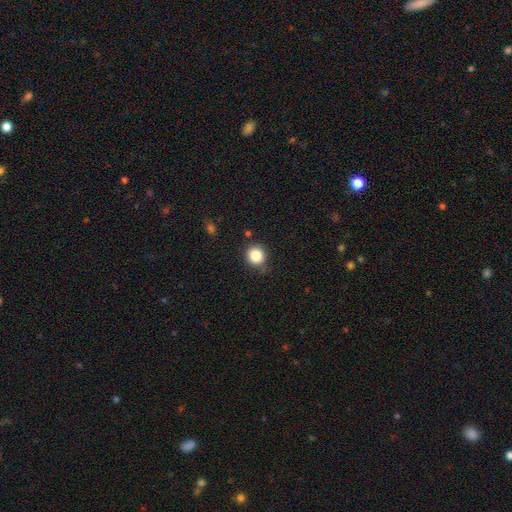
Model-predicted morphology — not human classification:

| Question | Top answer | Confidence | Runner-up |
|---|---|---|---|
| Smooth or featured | smooth | 85% | star or artifact (11%) |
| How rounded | round | 91% | in between (8%) |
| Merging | none | 83% | minor disturbance (11%) |